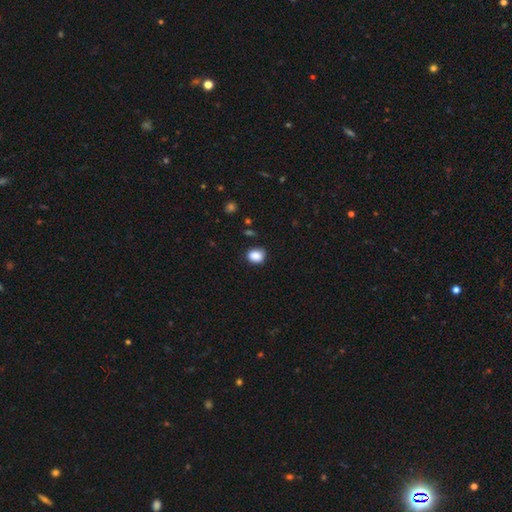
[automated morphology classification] Overall: smooth (87%). How rounded: round (55%; in between 44%). Merging: none (78%).